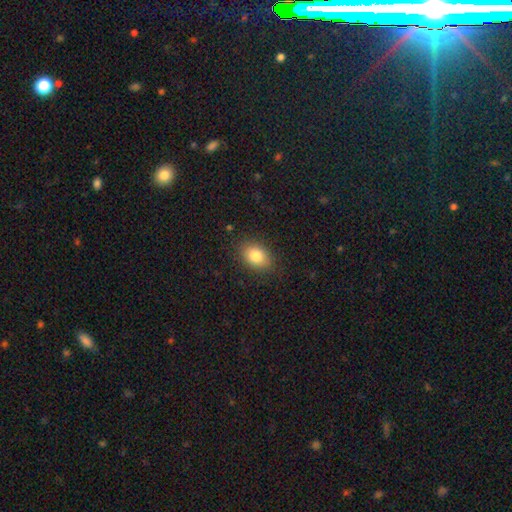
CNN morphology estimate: The model was most divided on "how rounded": in between: 76%, round: 22%, cigar-shaped: 1%. More confident: merging — none (86%); smooth or featured — smooth (82%).